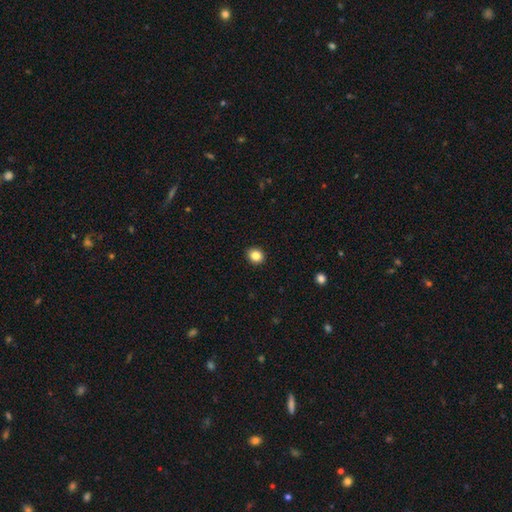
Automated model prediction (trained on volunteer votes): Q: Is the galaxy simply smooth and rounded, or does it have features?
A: smooth — 85%.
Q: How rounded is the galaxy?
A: round — 79%.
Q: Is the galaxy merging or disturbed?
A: none — 92%.